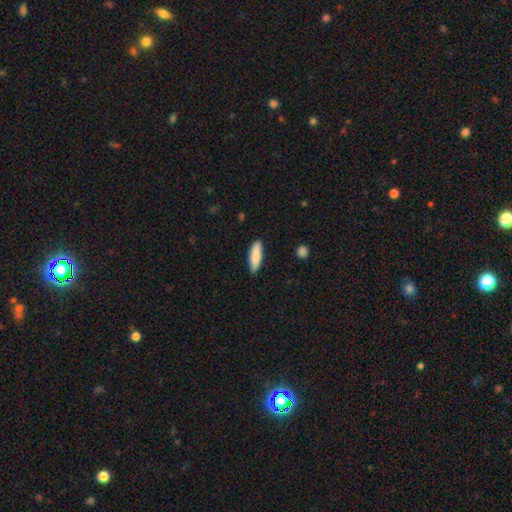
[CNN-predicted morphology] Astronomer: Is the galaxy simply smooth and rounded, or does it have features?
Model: smooth — 87%.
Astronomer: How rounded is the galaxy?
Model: in between — 49%, tied with cigar-shaped at 49%.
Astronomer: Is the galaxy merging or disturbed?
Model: none — 87%.